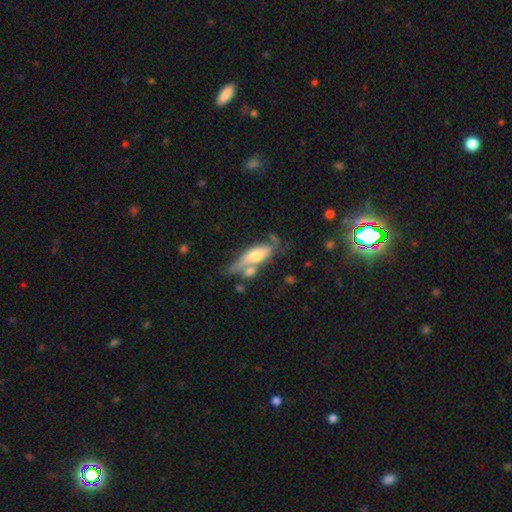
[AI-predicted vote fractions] A smooth galaxy with no disk features (51%) that is in between round and cigar-shaped (59%).

Vote fractions:
- Smooth or featured? smooth: 51% / featured or disk: 42% / star or artifact: 6%
- How rounded? in between: 59% / cigar-shaped: 38% / round: 3%
- Merging? none: 38% / merger: 29% / minor disturbance: 21% / major disturbance: 12%